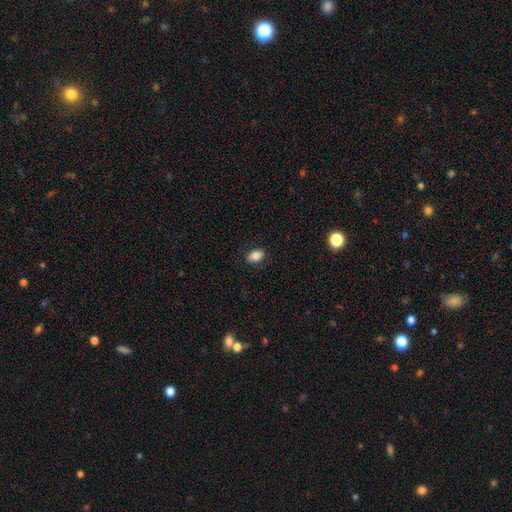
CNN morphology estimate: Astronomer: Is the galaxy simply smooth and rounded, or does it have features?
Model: smooth — 82%.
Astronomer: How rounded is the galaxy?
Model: in between — 87%.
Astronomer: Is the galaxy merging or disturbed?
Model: none — 87%.